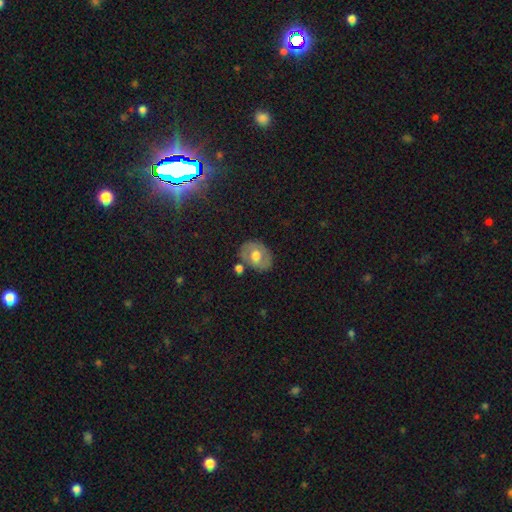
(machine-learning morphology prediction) A smooth galaxy with no disk features (49%). Merging: none (71%).